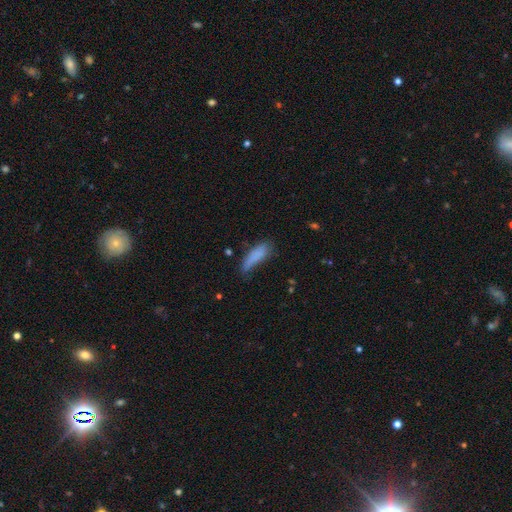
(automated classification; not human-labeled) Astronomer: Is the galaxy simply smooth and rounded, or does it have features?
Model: smooth — 81%.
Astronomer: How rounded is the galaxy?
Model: cigar-shaped — 56% (runner-up: in between, 42%).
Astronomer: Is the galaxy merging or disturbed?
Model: none — 49% (runner-up: minor disturbance, 34%).